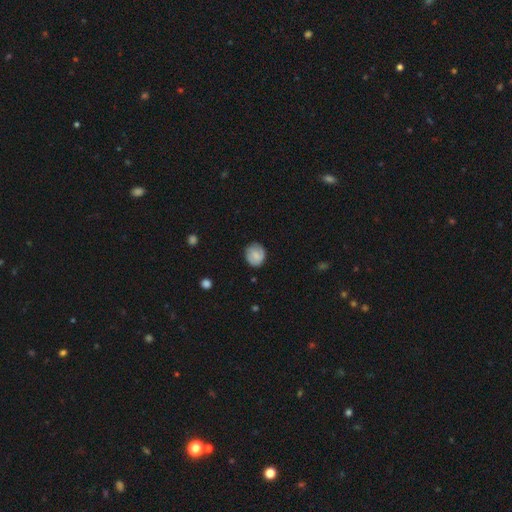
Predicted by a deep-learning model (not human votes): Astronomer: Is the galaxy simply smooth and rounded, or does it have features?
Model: smooth — 66%.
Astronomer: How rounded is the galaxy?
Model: round — 80%.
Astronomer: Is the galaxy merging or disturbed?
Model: none — 79%.